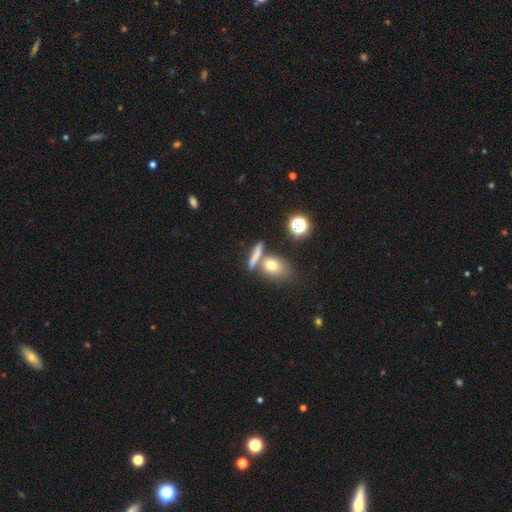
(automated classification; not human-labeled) smooth_or_featured: smooth (p=0.68) [alt: featured or disk p=0.18]
how_rounded: cigar-shaped (p=0.44) [alt: in between p=0.30]
merging: none (p=0.60) [alt: merger p=0.25]